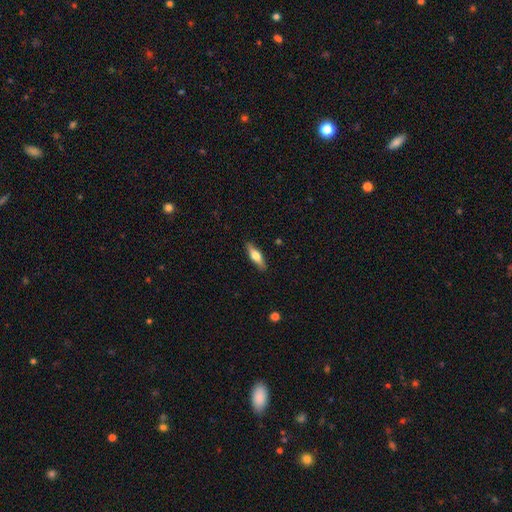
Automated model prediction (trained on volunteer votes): A smooth galaxy with no disk features (56%) that is cigar-shaped (56%). Merging: none (89%).